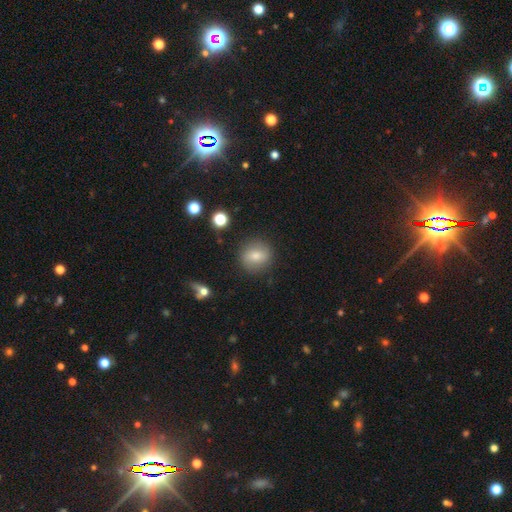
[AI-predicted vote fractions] smooth-or-featured: smooth: 75% | featured or disk: 15% | star or artifact: 10%
  how-rounded: round: 82% | in between: 17% | cigar-shaped: 1%
  merging: none: 86% | minor disturbance: 9% | major disturbance: 3% | merger: 2%